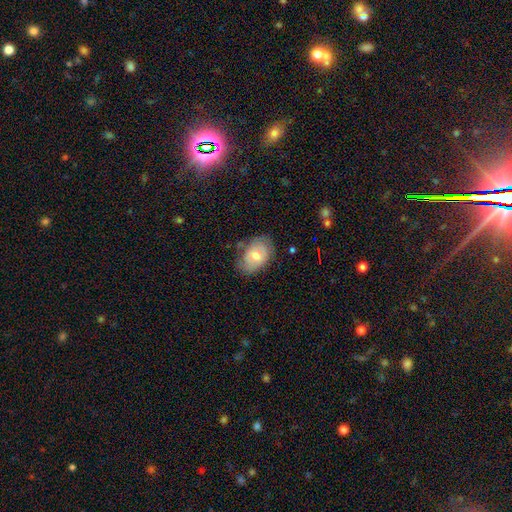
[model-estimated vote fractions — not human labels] smooth_or_featured: smooth (p=0.56) [alt: featured or disk p=0.36]
how_rounded: in between (p=0.85) [alt: round p=0.13]
merging: none (p=0.68) [alt: minor disturbance p=0.23]